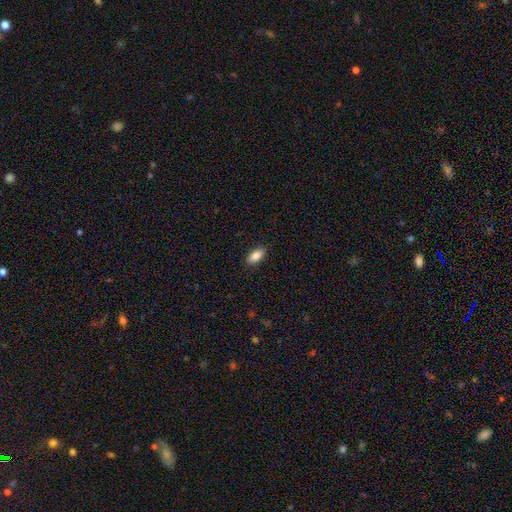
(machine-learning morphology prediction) A smooth galaxy with no disk features (88%) that is in between round and cigar-shaped (91%). Merging: none (89%).